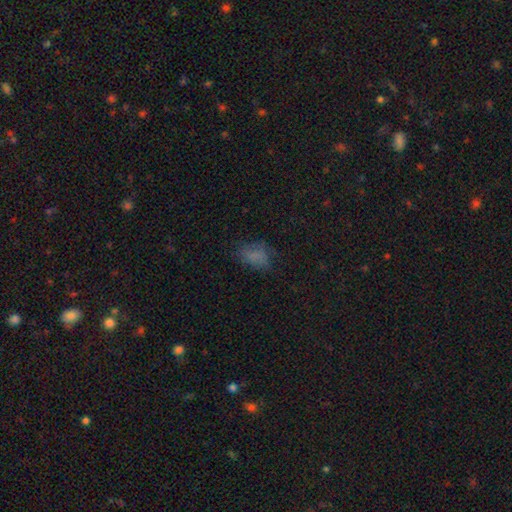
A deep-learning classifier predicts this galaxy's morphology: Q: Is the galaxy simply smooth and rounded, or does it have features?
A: smooth — 68%.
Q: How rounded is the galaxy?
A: in between — 78%.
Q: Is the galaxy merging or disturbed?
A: none — 56%.